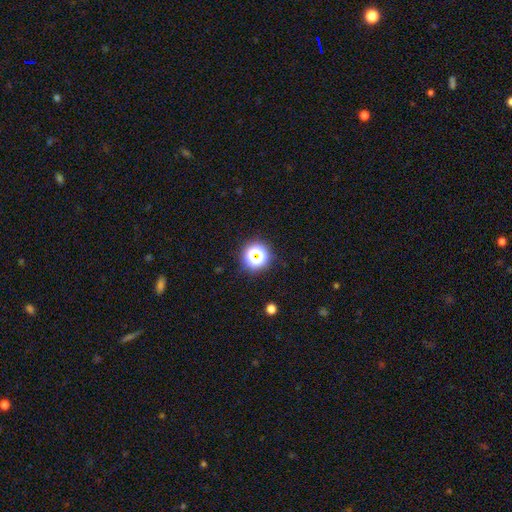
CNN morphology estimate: Smooth or featured? Predicted: star or artifact (p=0.55).